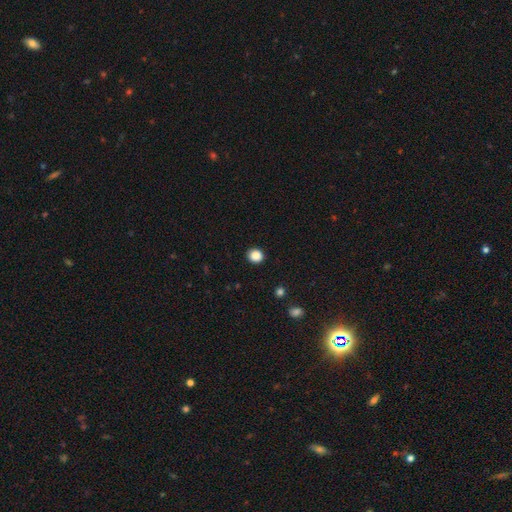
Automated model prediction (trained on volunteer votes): The model was most divided on "how rounded": round: 85%, in between: 14%, cigar-shaped: 1%. More confident: merging — none (92%); smooth or featured — smooth (88%).